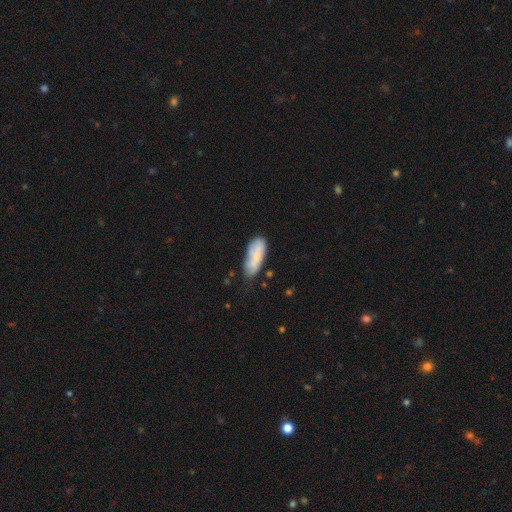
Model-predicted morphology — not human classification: The model was most divided on "merging": none: 53%, minor disturbance: 30%, major disturbance: 10%, merger: 7%. More confident: how rounded — in between (74%); smooth or featured — smooth (65%).